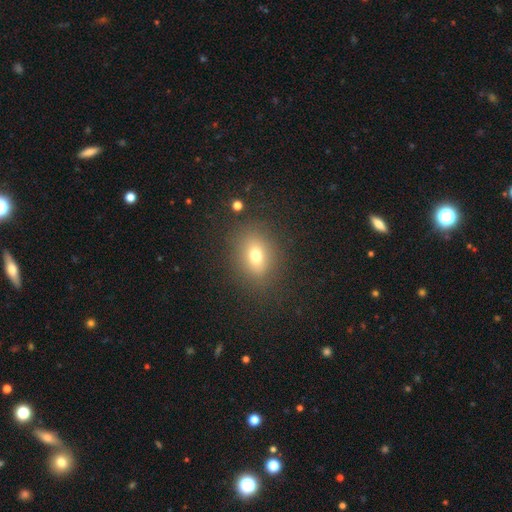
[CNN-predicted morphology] Smooth or featured: smooth — 71% (featured or disk — 15%)
How rounded: in between — 58% (round — 40%)
Merging: none — 83% (minor disturbance — 10%)